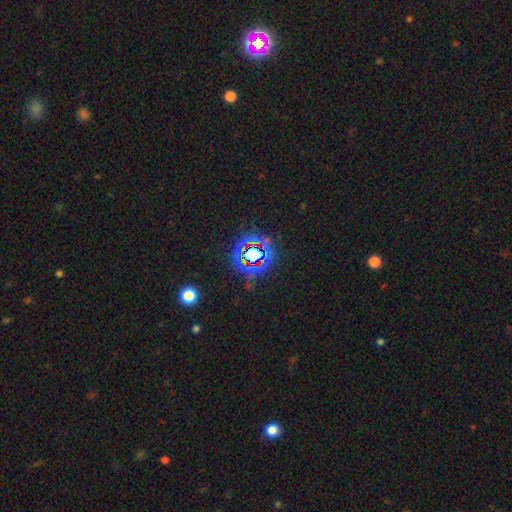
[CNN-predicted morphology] Smooth or featured: star or artifact — 72% (smooth — 17%)